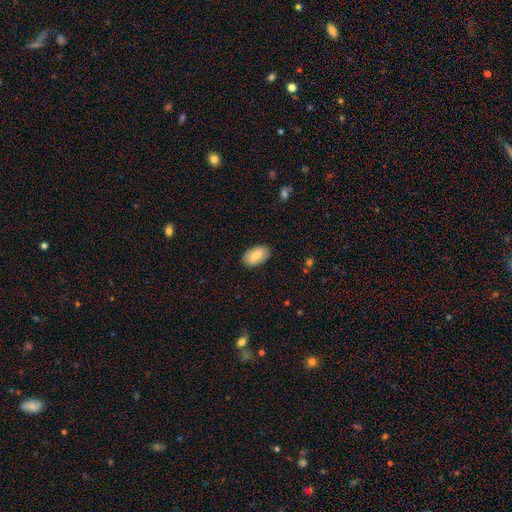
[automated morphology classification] smooth-or-featured: smooth: 71% | featured or disk: 23% | star or artifact: 6%
  how-rounded: in between: 94% | round: 4% | cigar-shaped: 2%
  merging: none: 86% | minor disturbance: 10% | major disturbance: 2% | merger: 1%